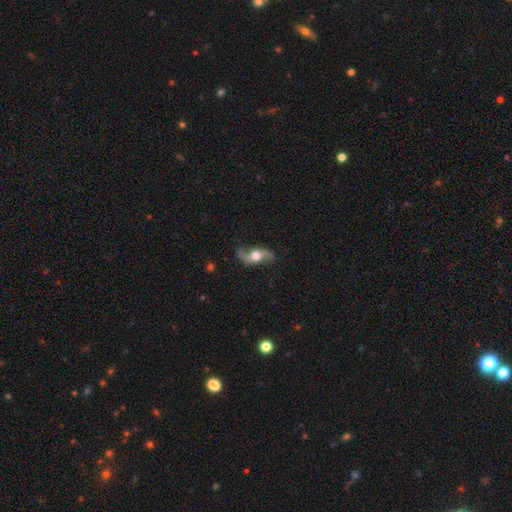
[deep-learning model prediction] This is likely a featured or disk galaxy (78%). It is clearly not viewed edge-on (86%). Bar: likely no (69%). Spiral arm pattern: clearly yes (92%). Spiral arm count: clearly 2 (93%). Spiral winding: likely loose (79%). Central bulge: possibly moderate (58%). Merging: likely none (77%).